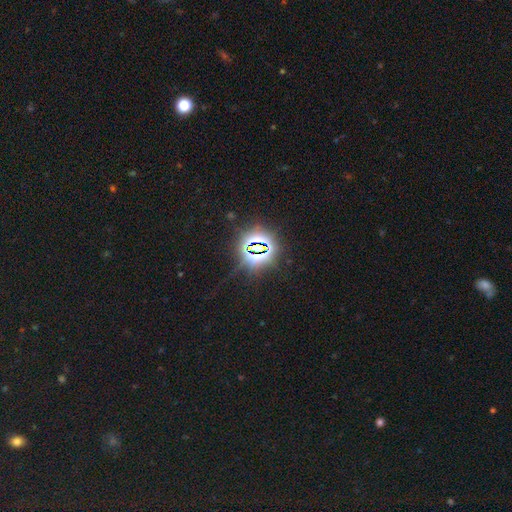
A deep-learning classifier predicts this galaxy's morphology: Smooth or featured? Predicted: star or artifact (p=0.79).